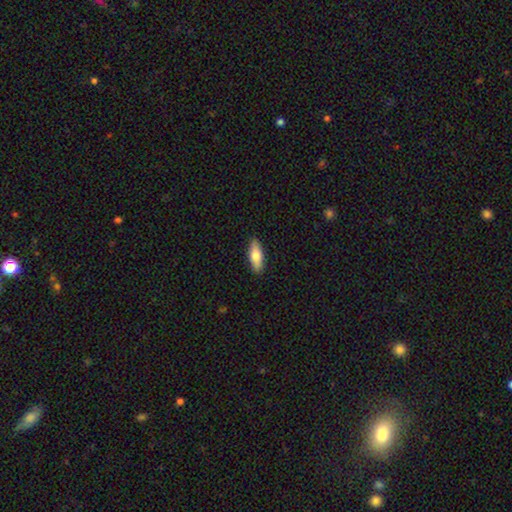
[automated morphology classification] Smooth or featured? Predicted: smooth (p=0.73). How rounded? Predicted: in between (p=0.65). Merging? Predicted: none (p=0.89).